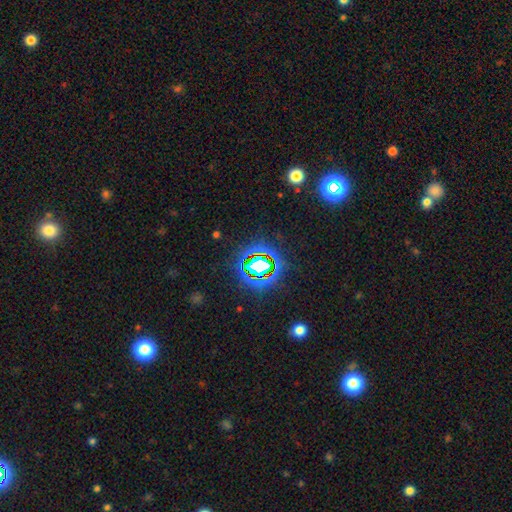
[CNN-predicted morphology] Smooth or featured? star or artifact (78%)